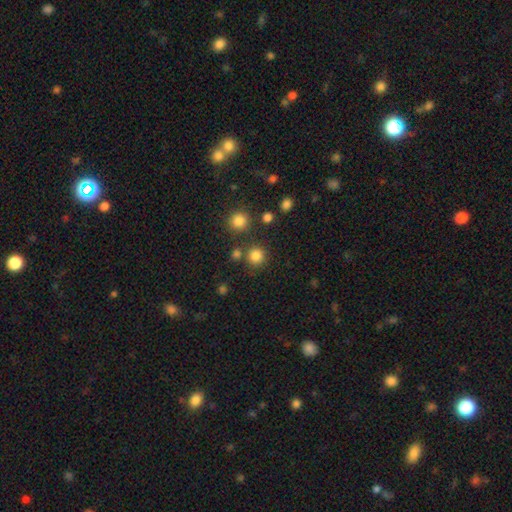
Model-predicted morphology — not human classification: This is clearly a smooth galaxy (82%). How rounded: clearly round (92%). Merging: clearly none (80%).